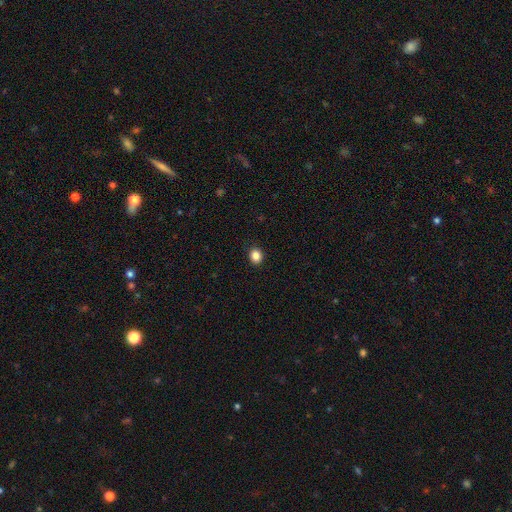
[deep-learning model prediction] Smooth or featured?
  - smooth: 86% *
  - star or artifact: 10%
  - featured or disk: 3%
How rounded?
  - round: 68% *
  - in between: 31%
  - cigar-shaped: 1%
Merging?
  - none: 91% *
  - minor disturbance: 6%
  - major disturbance: 2%
  - merger: 1%